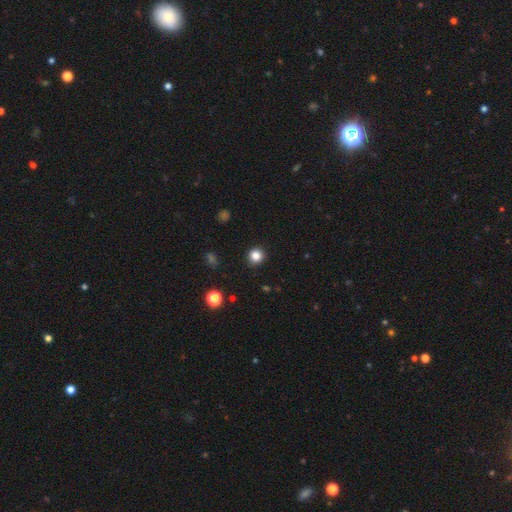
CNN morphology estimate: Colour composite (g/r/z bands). It shows a smooth galaxy with no disk features (83%) that is round (90%). Merging: none (91%).